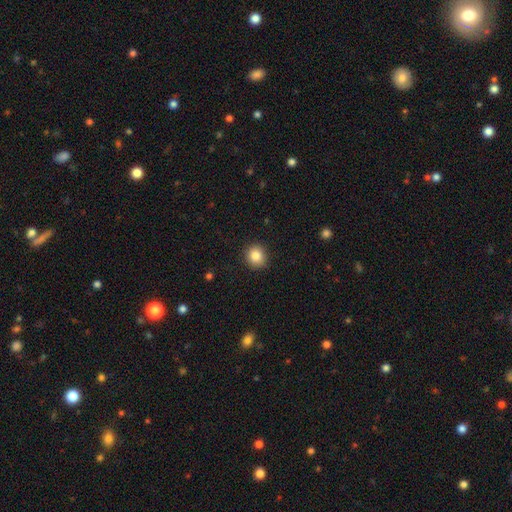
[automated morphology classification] Overall: smooth (85%). How rounded: round (86%). Merging: none (90%).